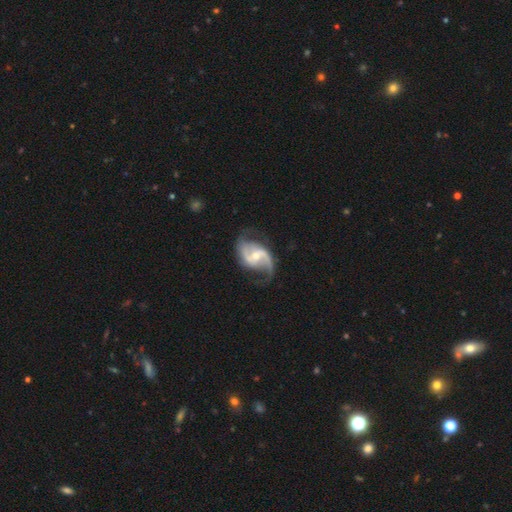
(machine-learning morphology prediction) This is clearly a featured or disk galaxy (92%). It is clearly not viewed edge-on (98%). Bar: marginally weak (45%). Spiral arm pattern: clearly yes (97%). Spiral arm count: clearly 2 (92%). Spiral winding: possibly loose (54%). Central bulge: possibly moderate (48%). Merging: likely none (73%).